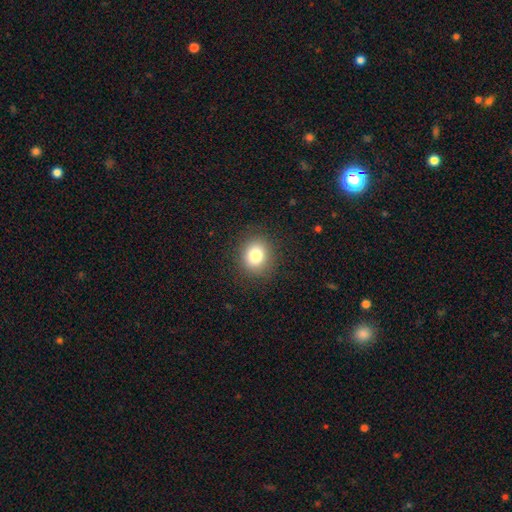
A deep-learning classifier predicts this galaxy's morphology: A smooth galaxy with no disk features (81%) that is round (76%). Merging: none (88%).